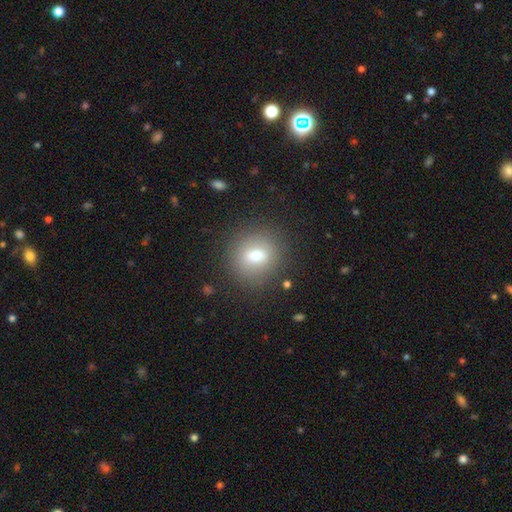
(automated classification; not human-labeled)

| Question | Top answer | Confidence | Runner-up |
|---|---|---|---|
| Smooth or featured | smooth | 66% | featured or disk (20%) |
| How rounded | round | 89% | in between (10%) |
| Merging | none | 86% | minor disturbance (8%) |